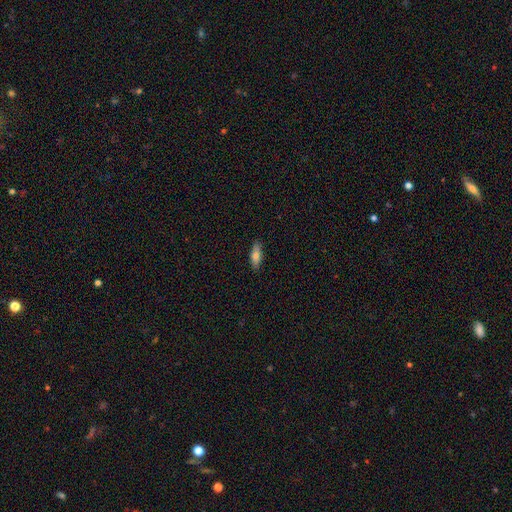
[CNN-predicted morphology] A smooth galaxy with no disk features (74%) that is in between round and cigar-shaped (62%).

Vote fractions:
- Smooth or featured? smooth: 74% / featured or disk: 19% / star or artifact: 7%
- How rounded? in between: 62% / cigar-shaped: 35% / round: 2%
- Merging? none: 86% / minor disturbance: 11% / major disturbance: 2% / merger: 1%